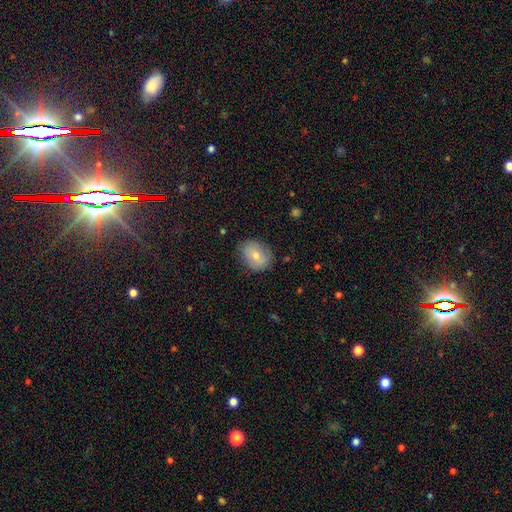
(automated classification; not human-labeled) A smooth galaxy with no disk features (73%) that is in between round and cigar-shaped (55%). Merging: none (79%).